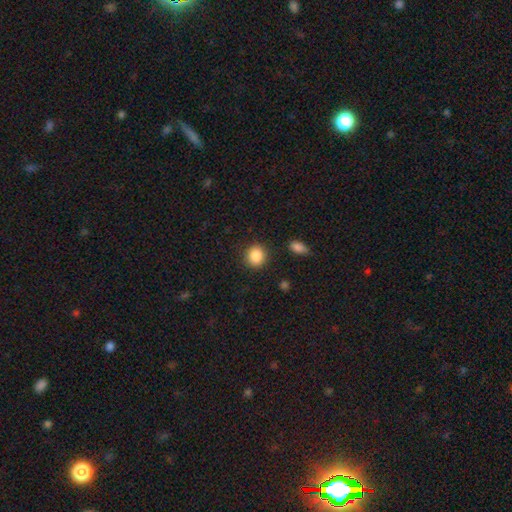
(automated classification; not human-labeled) smooth-or-featured: smooth: 88% | star or artifact: 8% | featured or disk: 4%
  how-rounded: round: 81% | in between: 18% | cigar-shaped: 1%
  merging: none: 87% | minor disturbance: 8% | major disturbance: 3% | merger: 2%